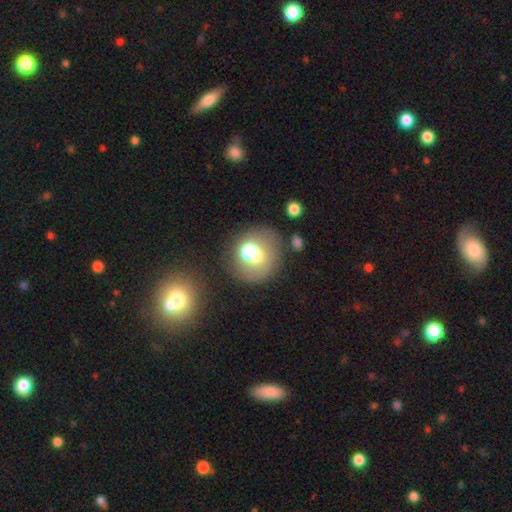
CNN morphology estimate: smooth_or_featured: smooth (p=0.62) [alt: featured or disk p=0.26]
how_rounded: round (p=0.80) [alt: in between p=0.19]
merging: none (p=0.47) [alt: merger p=0.28]